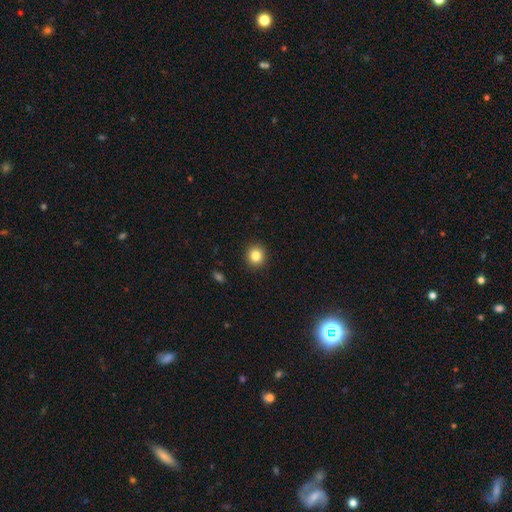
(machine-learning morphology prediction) The model was most divided on "smooth or featured": smooth: 84%, star or artifact: 10%, featured or disk: 6%. More confident: merging — none (92%); how rounded — round (90%).